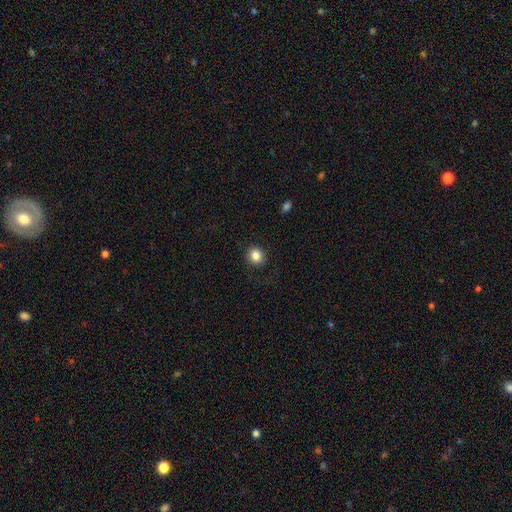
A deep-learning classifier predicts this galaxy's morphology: smooth_or_featured: smooth (p=0.84) [alt: star or artifact p=0.10]
how_rounded: round (p=0.84) [alt: in between p=0.15]
merging: none (p=0.88) [alt: minor disturbance p=0.08]